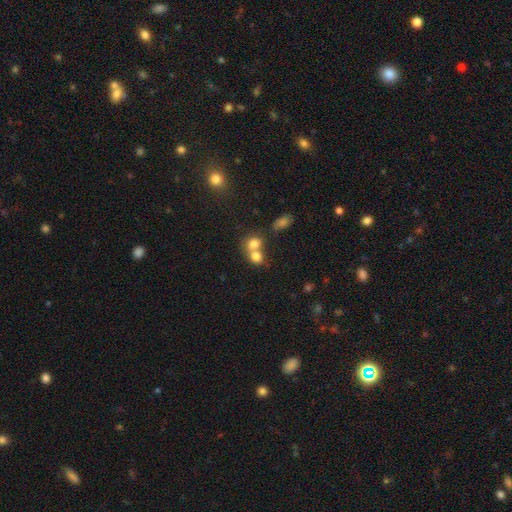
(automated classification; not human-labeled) smooth-or-featured: smooth: 77% | featured or disk: 12% | star or artifact: 11%
  how-rounded: round: 60% | in between: 39% | cigar-shaped: 1%
  merging: merger: 62% | none: 28% | minor disturbance: 6% | major disturbance: 3%